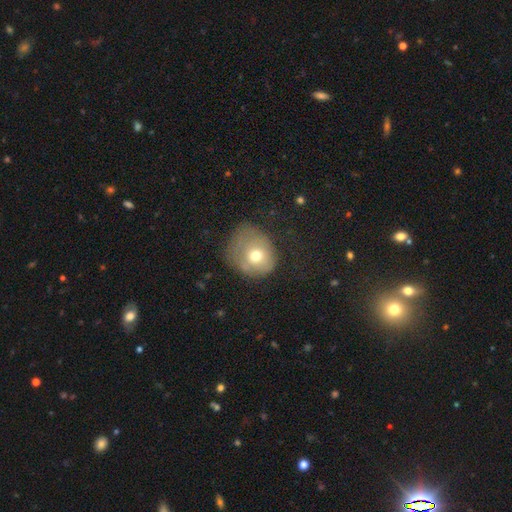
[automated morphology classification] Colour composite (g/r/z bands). It shows a smooth galaxy with no disk features (66%) that is round (66%). Merging: none (33%, tied with minor disturbance).